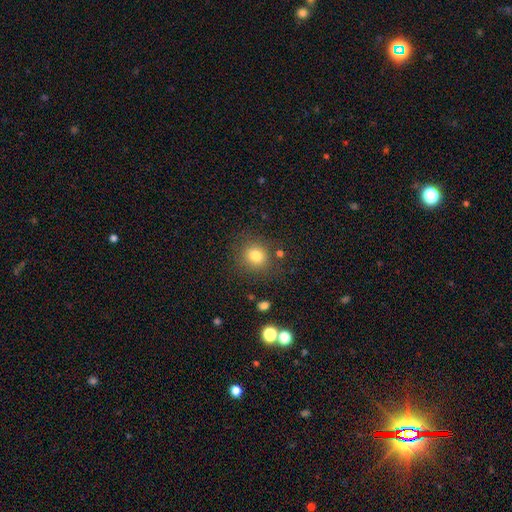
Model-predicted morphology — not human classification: Smooth or featured? Predicted: smooth (p=0.79). How rounded? Predicted: round (p=0.87). Merging? Predicted: none (p=0.83).